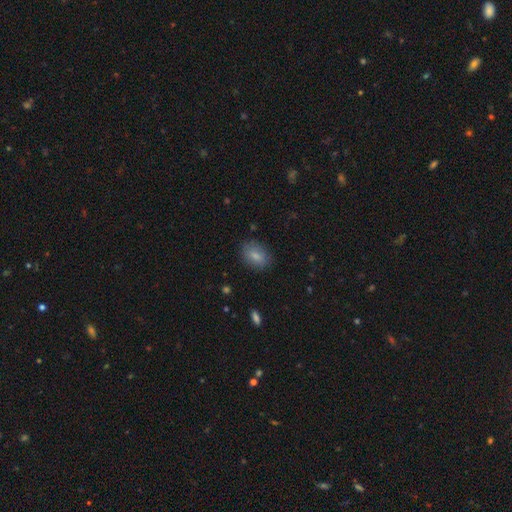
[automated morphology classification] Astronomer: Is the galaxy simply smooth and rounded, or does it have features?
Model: smooth — 82%.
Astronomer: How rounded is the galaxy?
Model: in between — 79%.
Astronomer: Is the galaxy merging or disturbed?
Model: none — 83%.